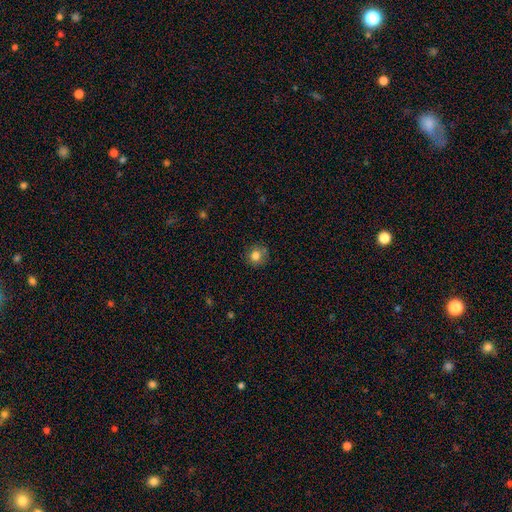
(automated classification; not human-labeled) smooth-or-featured: smooth: 80% | star or artifact: 12% | featured or disk: 8%
  how-rounded: round: 88% | in between: 11% | cigar-shaped: 1%
  merging: none: 83% | minor disturbance: 12% | major disturbance: 3% | merger: 2%